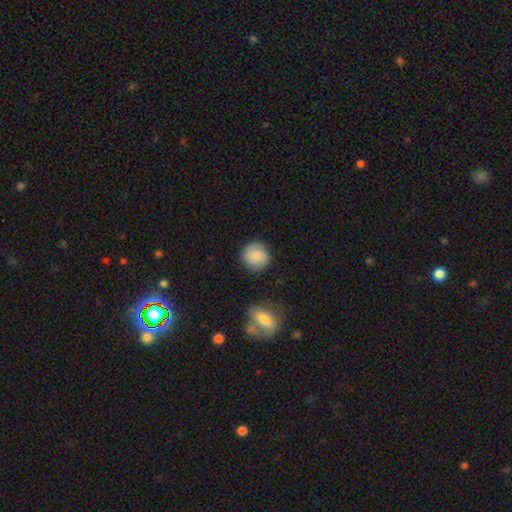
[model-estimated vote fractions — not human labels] Smooth or featured? smooth (85%)
How rounded? round (92%)
Merging? none (88%)